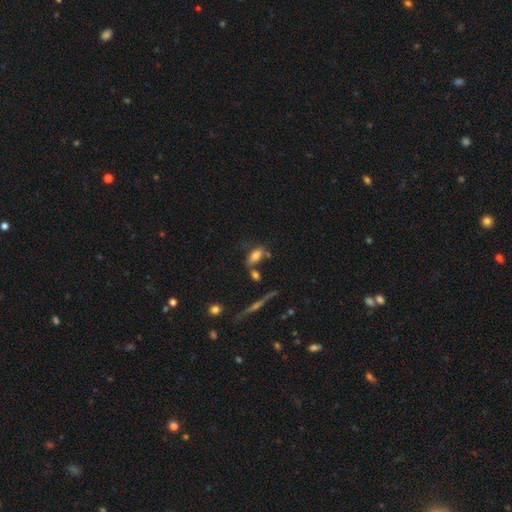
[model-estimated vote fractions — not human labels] Q: Smooth or featured?
A: smooth (70%); runner-up: featured or disk (21%)
Q: How rounded?
A: in between (84%); runner-up: cigar-shaped (12%)
Q: Merging?
A: none (61%); runner-up: minor disturbance (17%)